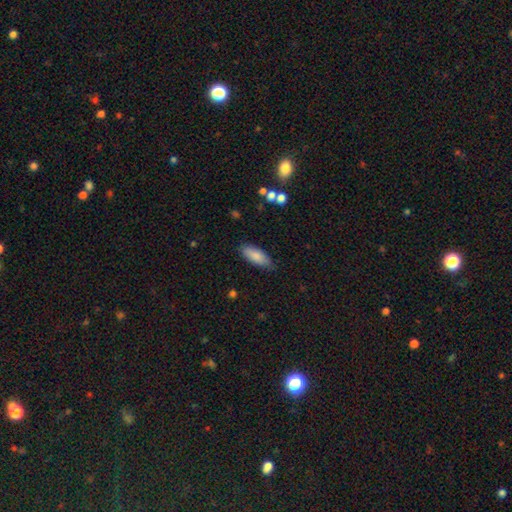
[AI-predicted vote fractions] smooth-or-featured: smooth: 84% | featured or disk: 10% | star or artifact: 6%
  how-rounded: in between: 79% | cigar-shaped: 19% | round: 2%
  merging: none: 80% | minor disturbance: 16% | major disturbance: 3% | merger: 1%